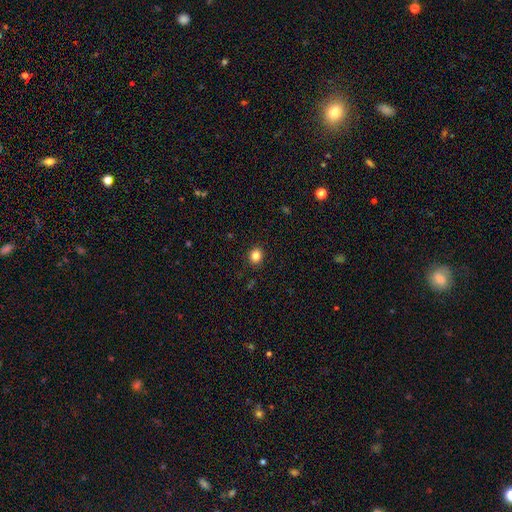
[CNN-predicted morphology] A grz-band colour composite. It shows a smooth galaxy with no disk features (84%) that is round (68%). Merging: none (90%).